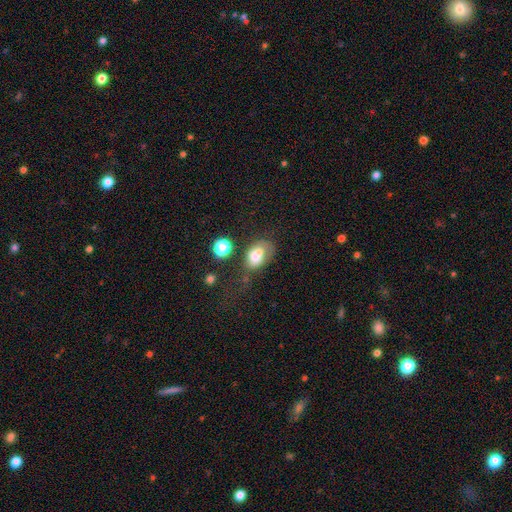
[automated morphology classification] smooth_or_featured: smooth (p=0.67) [alt: featured or disk p=0.21]
how_rounded: in between (p=0.78) [alt: round p=0.21]
merging: none (p=0.32) [alt: merger p=0.27]